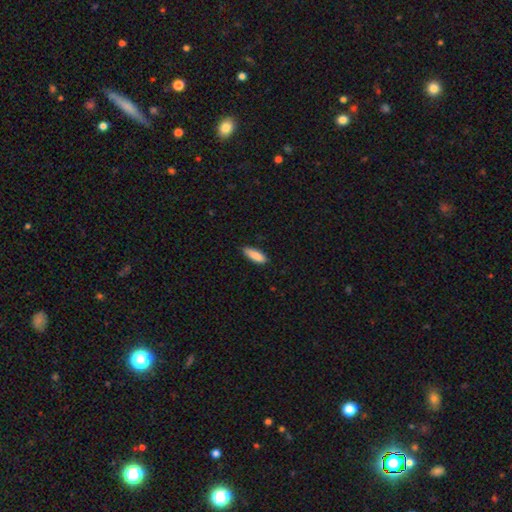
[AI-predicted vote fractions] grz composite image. It shows a smooth galaxy with no disk features (88%) that is in between round and cigar-shaped (61%). Merging: none (82%).